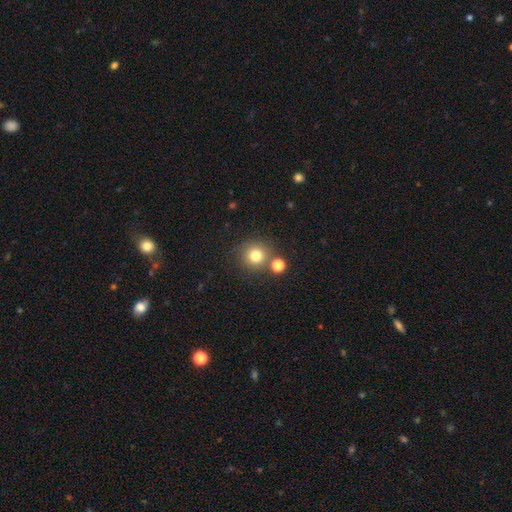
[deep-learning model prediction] Smooth or featured? smooth (78%)
How rounded? round (93%)
Merging? none (76%)